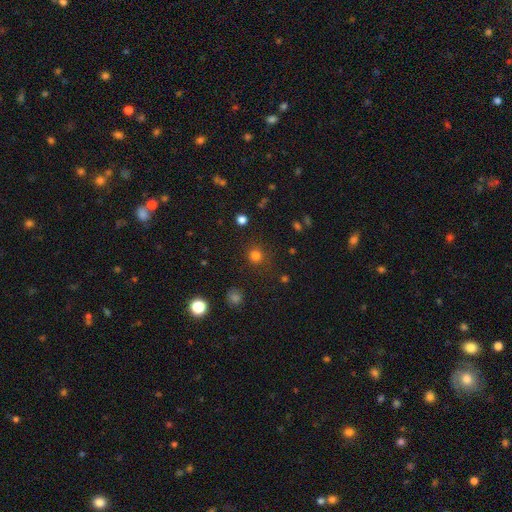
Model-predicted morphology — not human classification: A smooth galaxy with no disk features (78%) that is round (92%). Merging: none (86%).